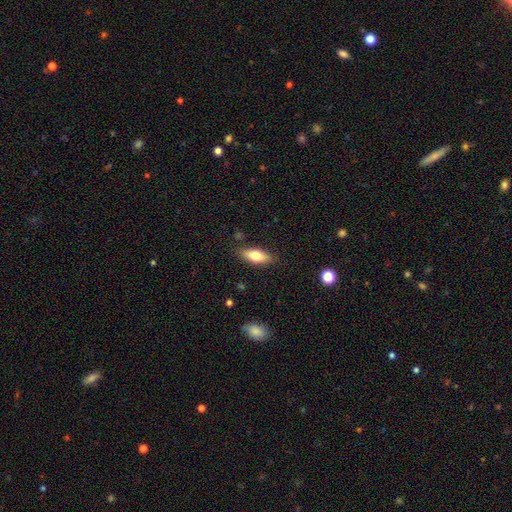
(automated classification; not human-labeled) smooth 71%, featured or disk 23%, star or artifact 7%. Down the decision tree: how rounded — in between (72%); merging — none (85%).